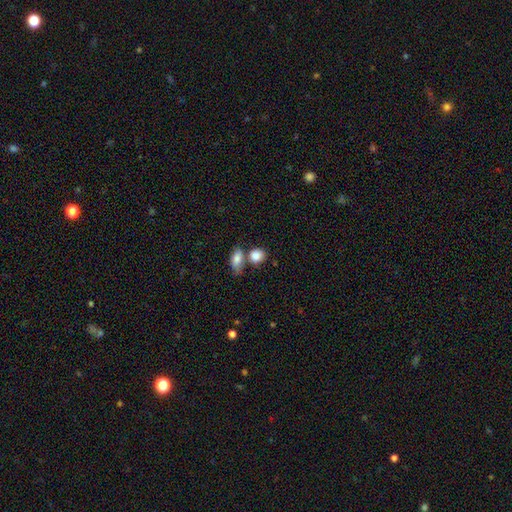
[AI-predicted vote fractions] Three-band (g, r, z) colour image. It shows a smooth galaxy with no disk features (86%) that is round (56%). Merging: none (51%).